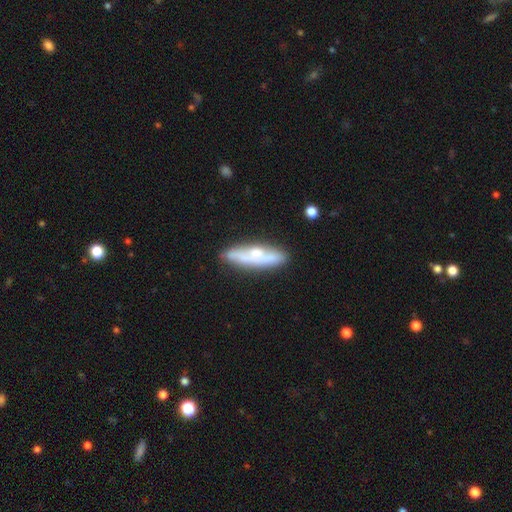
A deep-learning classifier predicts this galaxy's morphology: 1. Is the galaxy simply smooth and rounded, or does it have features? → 53% featured or disk, 40% smooth, 6% star or artifact.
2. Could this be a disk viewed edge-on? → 52% yes, 48% no.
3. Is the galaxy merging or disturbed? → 75% none, 17% minor disturbance, 5% merger, 4% major disturbance.